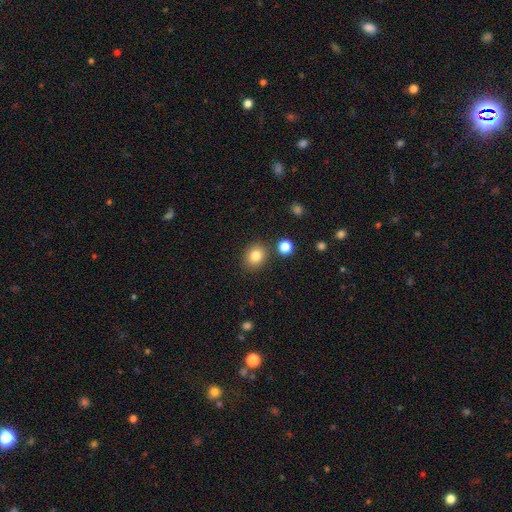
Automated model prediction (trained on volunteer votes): Smooth or featured? Predicted: smooth (p=0.82). How rounded? Predicted: round (p=0.65). Merging? Predicted: none (p=0.84).